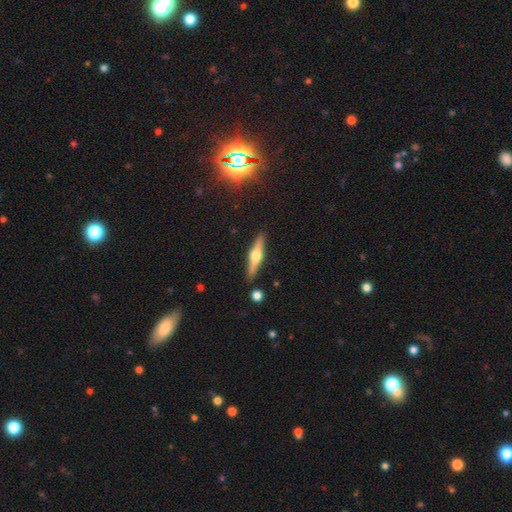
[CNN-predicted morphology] Smooth or featured? featured or disk (65%)
Edge-on disk? yes (97%)
Edge-on bulge? rounded (94%)
Merging? none (88%)